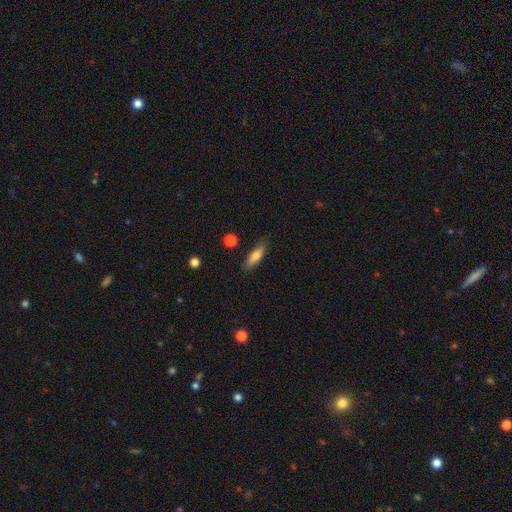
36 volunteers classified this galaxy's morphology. This appears to be a smooth galaxy with no disk features (92%) that is in between round and cigar-shaped (52%). Merging: none (72%).